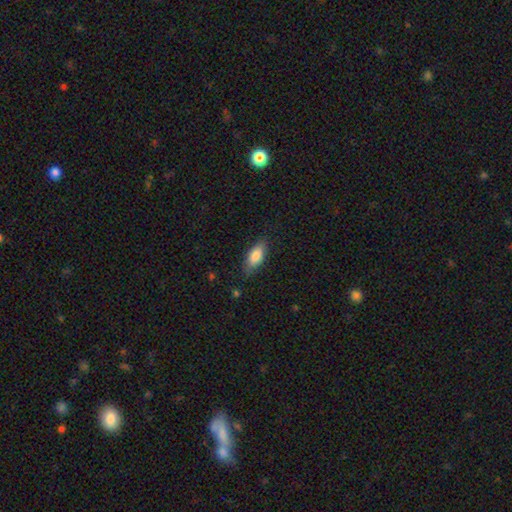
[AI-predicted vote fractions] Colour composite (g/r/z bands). It shows a smooth galaxy with no disk features (81%) that is in between round and cigar-shaped (80%). Merging: none (79%).